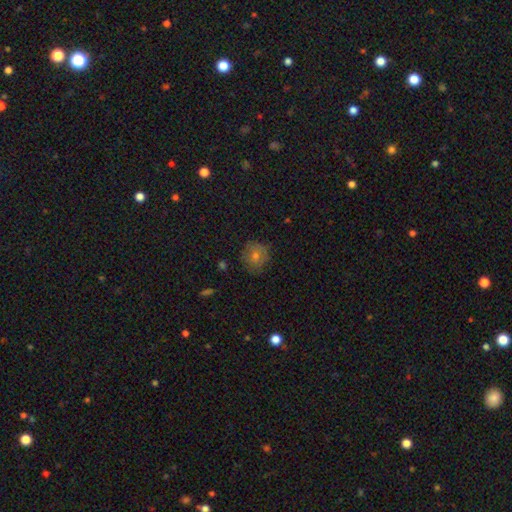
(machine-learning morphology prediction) type=smooth (60%); roundness=round (87%); merging=none (80%).